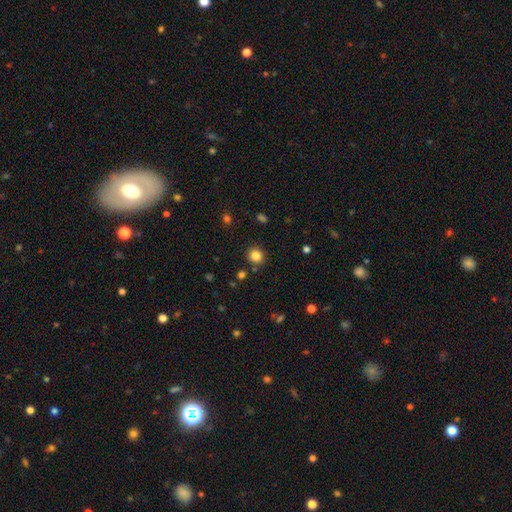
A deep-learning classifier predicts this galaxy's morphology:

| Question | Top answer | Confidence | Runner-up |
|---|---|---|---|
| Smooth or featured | smooth | 83% | star or artifact (12%) |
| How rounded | round | 90% | in between (9%) |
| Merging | none | 88% | minor disturbance (7%) |